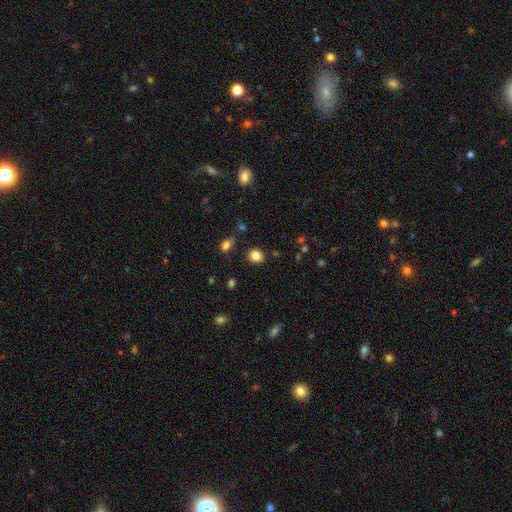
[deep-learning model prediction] smooth-or-featured: smooth: 84% | star or artifact: 11% | featured or disk: 5%
  how-rounded: round: 74% | in between: 25% | cigar-shaped: 1%
  merging: none: 87% | minor disturbance: 8% | merger: 3% | major disturbance: 2%